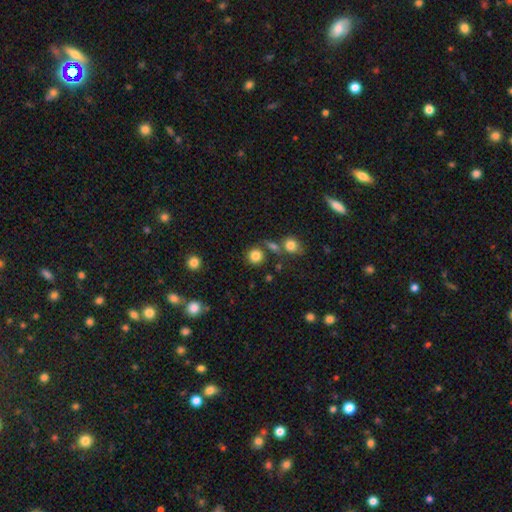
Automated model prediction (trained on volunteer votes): This is clearly a smooth galaxy (83%). How rounded: clearly round (90%). Merging: likely none (78%).